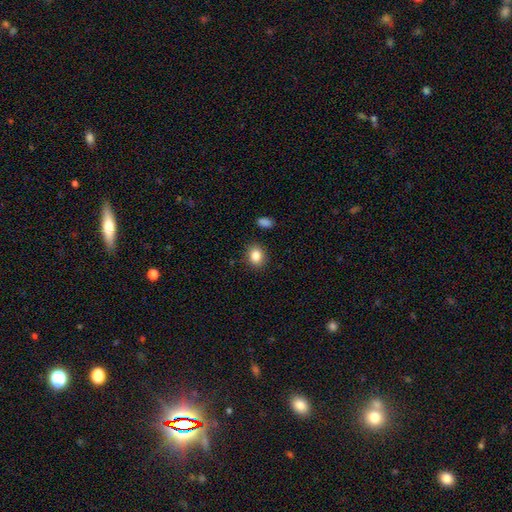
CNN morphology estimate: A smooth galaxy with no disk features (85%) that is round (51%).

Vote fractions:
- Smooth or featured? smooth: 85% / star or artifact: 9% / featured or disk: 6%
- How rounded? round: 51% / in between: 48% / cigar-shaped: 1%
- Merging? none: 86% / minor disturbance: 9% / major disturbance: 3% / merger: 2%